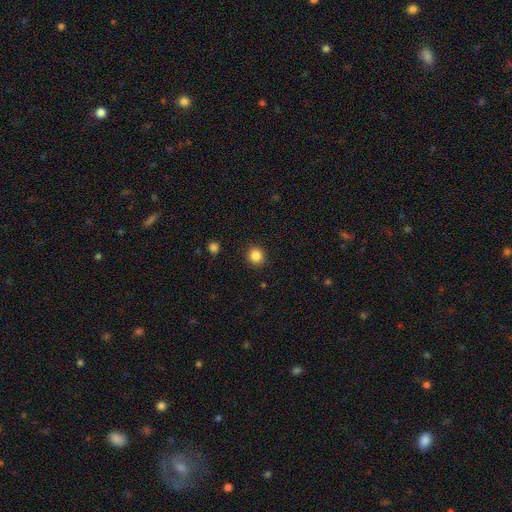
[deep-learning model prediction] A smooth galaxy with no disk features (85%) that is round (90%). Merging: none (91%).